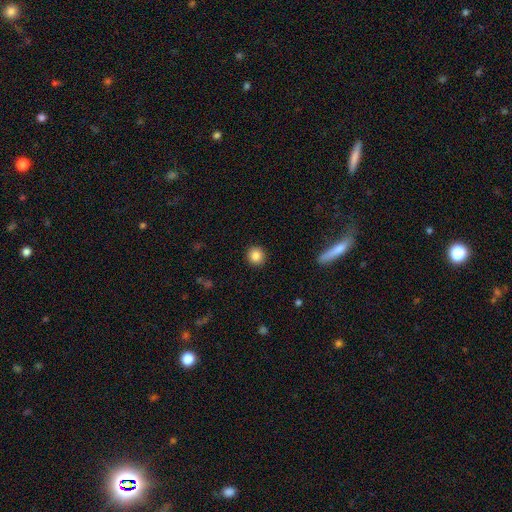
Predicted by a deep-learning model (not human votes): This is clearly a smooth galaxy (86%). How rounded: clearly round (93%). Merging: clearly none (92%).